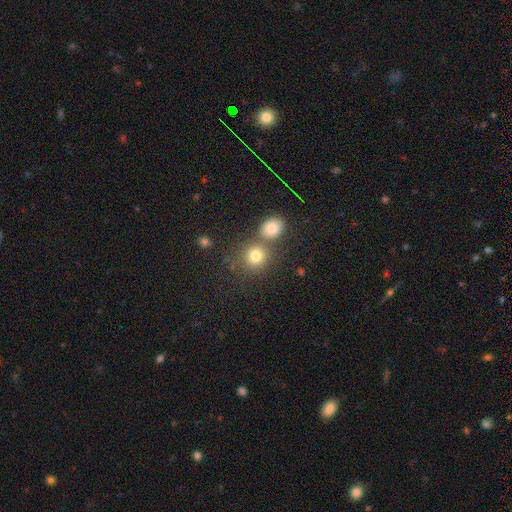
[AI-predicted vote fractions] Morphology: type=smooth (78%); roundness=round (84%); merging=none (61%).